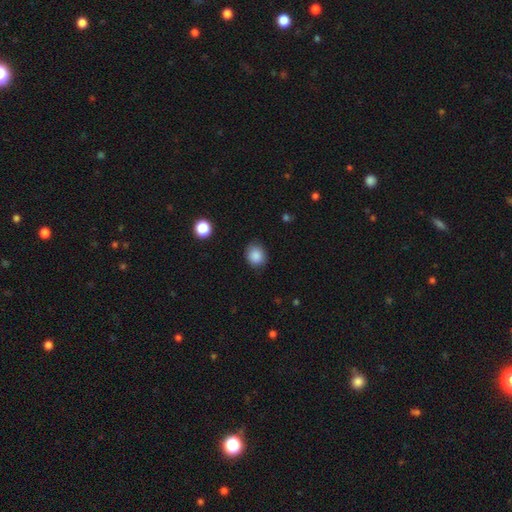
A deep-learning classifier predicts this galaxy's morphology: Smooth or featured?
  - smooth: 87% *
  - star or artifact: 9%
  - featured or disk: 4%
How rounded?
  - round: 72% *
  - in between: 27%
  - cigar-shaped: 1%
Merging?
  - none: 82% *
  - minor disturbance: 14%
  - major disturbance: 3%
  - merger: 1%